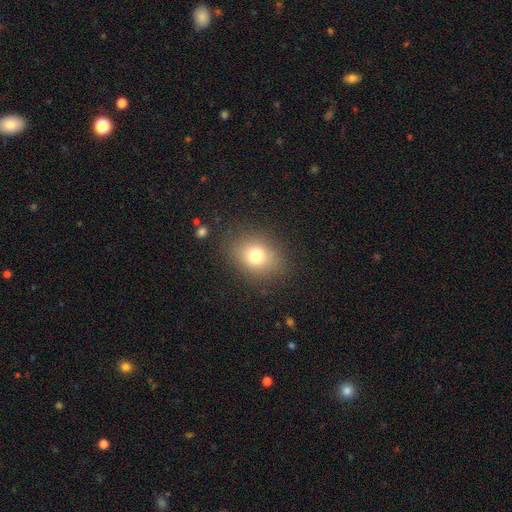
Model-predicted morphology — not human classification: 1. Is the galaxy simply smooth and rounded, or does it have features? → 75% smooth, 13% star or artifact, 12% featured or disk.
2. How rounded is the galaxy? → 50% round, 49% in between, 1% cigar-shaped.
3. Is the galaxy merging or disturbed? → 83% none, 11% minor disturbance, 5% major disturbance, 1% merger.